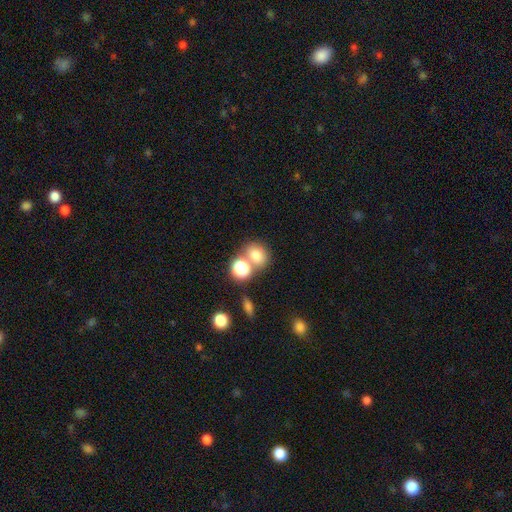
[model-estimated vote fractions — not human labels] This is likely a smooth galaxy (74%). How rounded: likely round (62%). Merging: possibly none (55%).